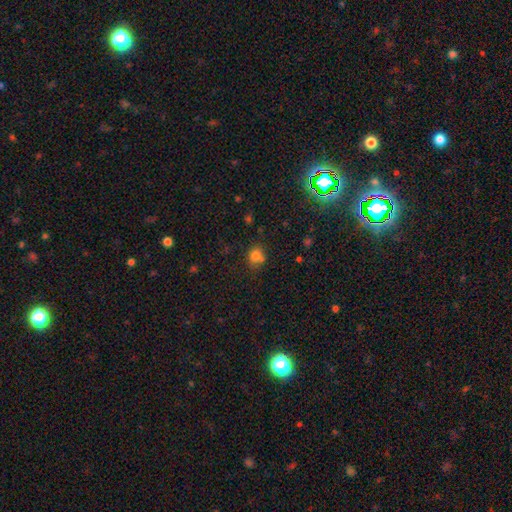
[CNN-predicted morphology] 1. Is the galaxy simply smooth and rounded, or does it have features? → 77% smooth, 14% star or artifact, 8% featured or disk.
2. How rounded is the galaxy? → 69% round, 30% in between, 1% cigar-shaped.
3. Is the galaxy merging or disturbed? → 64% none, 16% minor disturbance, 15% merger, 4% major disturbance.